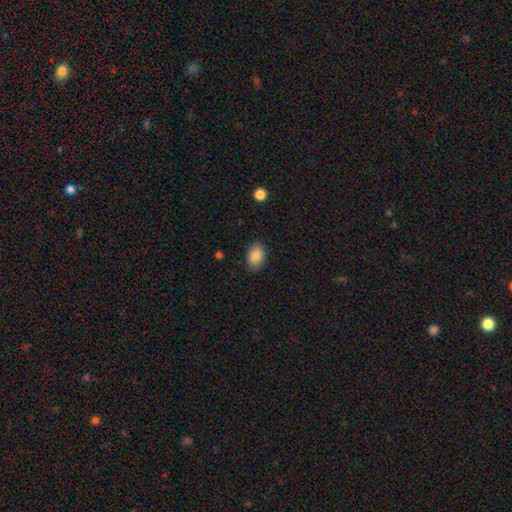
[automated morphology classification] A smooth galaxy with no disk features (88%) that is in between round and cigar-shaped (86%). Merging: none (84%).